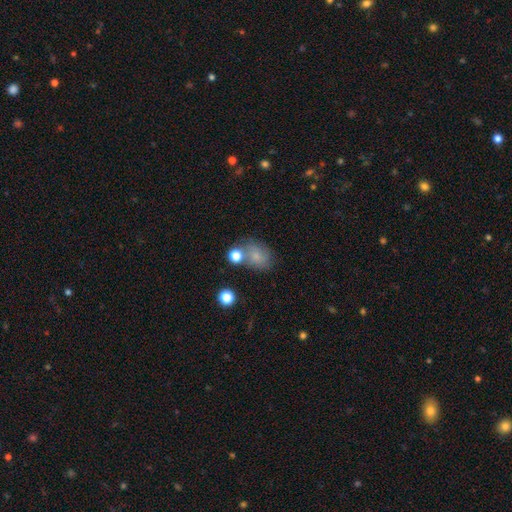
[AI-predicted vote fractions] Smooth or featured: smooth — 74% (featured or disk — 13%)
How rounded: in between — 55% (round — 44%)
Merging: none — 58% (minor disturbance — 18%)